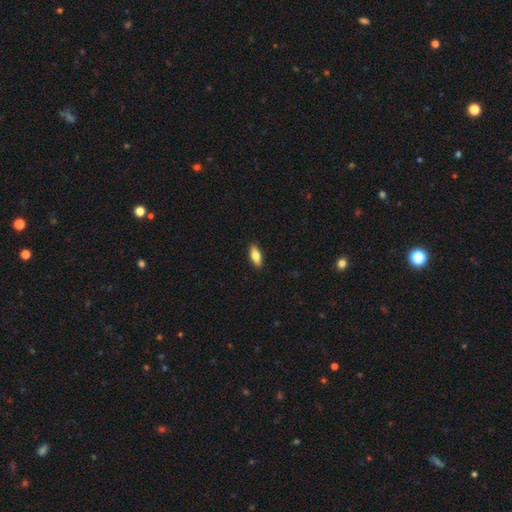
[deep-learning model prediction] The model was most divided on "smooth or featured": smooth: 71%, featured or disk: 23%, star or artifact: 6%. More confident: merging — none (90%); how rounded — in between (73%).